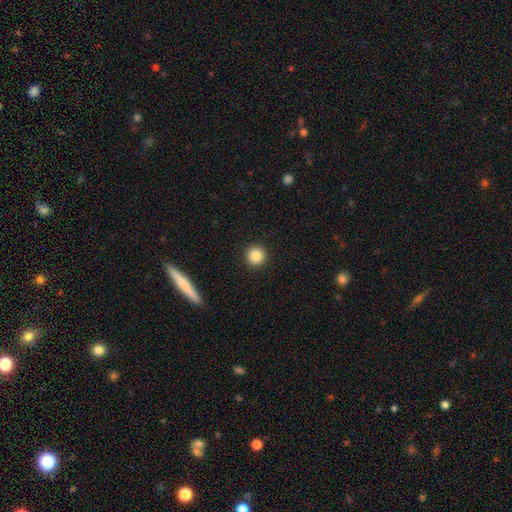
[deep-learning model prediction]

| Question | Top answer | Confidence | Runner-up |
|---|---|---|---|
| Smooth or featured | smooth | 87% | star or artifact (9%) |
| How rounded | round | 95% | in between (4%) |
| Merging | none | 93% | minor disturbance (4%) |